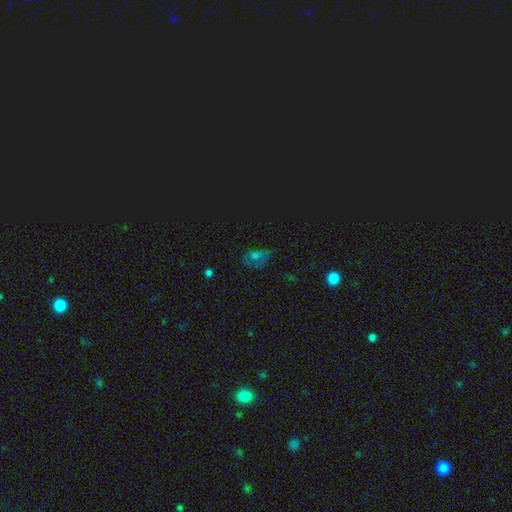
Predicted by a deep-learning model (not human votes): The model was most divided on "smooth or featured": star or artifact: 47%, smooth: 36%, featured or disk: 16%.